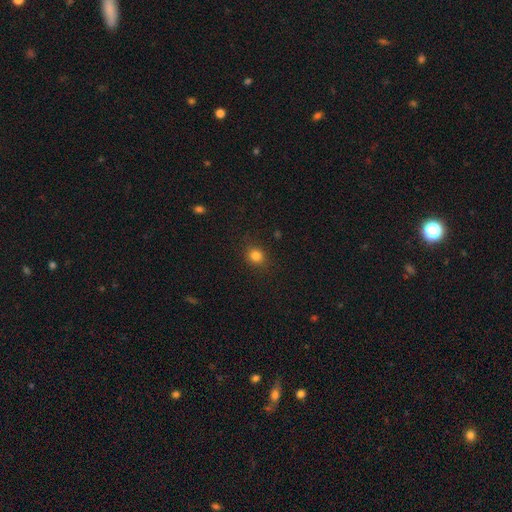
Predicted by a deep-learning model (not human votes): smooth 83%, star or artifact 12%, featured or disk 5%. Down the decision tree: how rounded — round (77%); merging — none (88%).